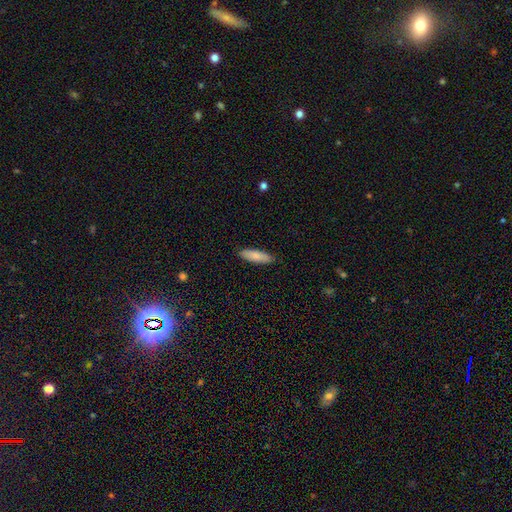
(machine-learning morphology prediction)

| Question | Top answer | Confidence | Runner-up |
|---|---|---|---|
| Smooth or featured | smooth | 80% | featured or disk (14%) |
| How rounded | cigar-shaped | 51% | in between (48%) |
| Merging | none | 88% | minor disturbance (9%) |